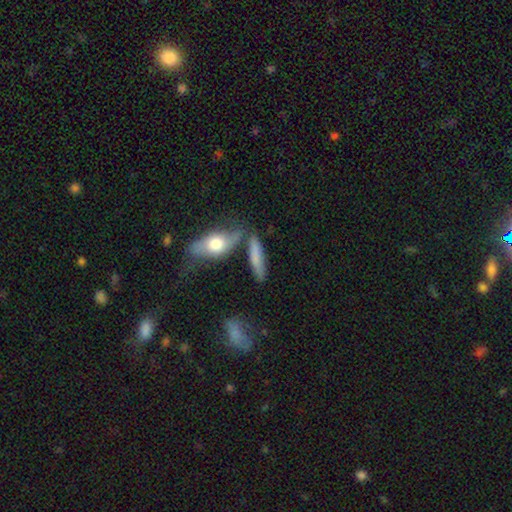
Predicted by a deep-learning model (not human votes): A smooth galaxy with no disk features (68%) that is cigar-shaped (70%).

Vote fractions:
- Smooth or featured? smooth: 68% / featured or disk: 25% / star or artifact: 7%
- How rounded? cigar-shaped: 70% / in between: 27% / round: 4%
- Merging? none: 63% / merger: 16% / minor disturbance: 16% / major disturbance: 6%